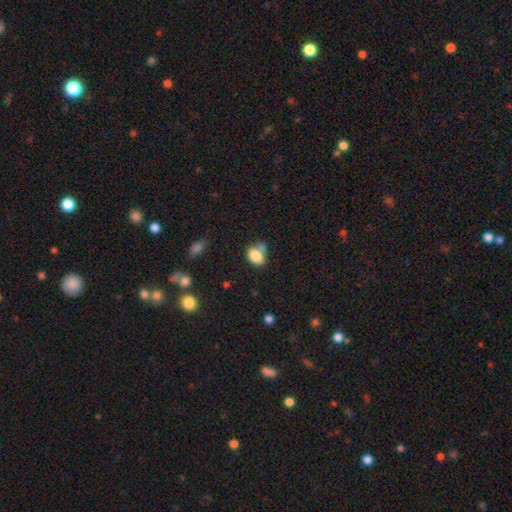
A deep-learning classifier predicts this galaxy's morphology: smooth 83%, star or artifact 9%, featured or disk 8%. Down the decision tree: how rounded — in between (79%); merging — none (47%).